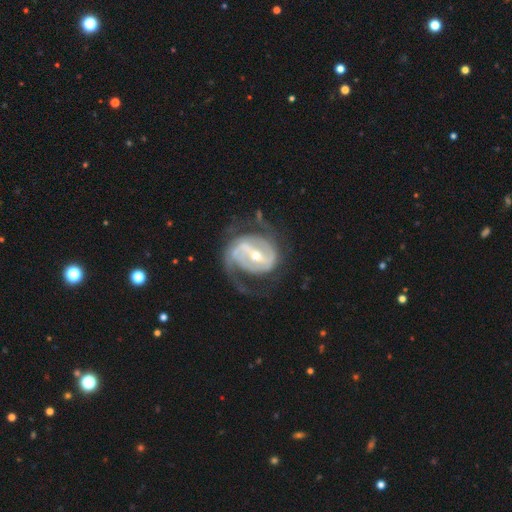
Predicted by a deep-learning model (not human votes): Q: Smooth or featured?
A: featured or disk (90%); runner-up: smooth (6%)
Q: Edge-on disk?
A: no (96%); runner-up: yes (4%)
Q: Bar?
A: strong (63%); runner-up: weak (29%)
Q: Spiral arms?
A: yes (93%); runner-up: no (7%)
Q: Spiral winding?
A: medium (45%); runner-up: tight (34%)
Q: Spiral arm count?
A: 2 (73%); runner-up: can't tell (10%)
Q: Bulge size?
A: moderate (52%); runner-up: small (43%)
Q: Merging?
A: none (60%); runner-up: major disturbance (21%)